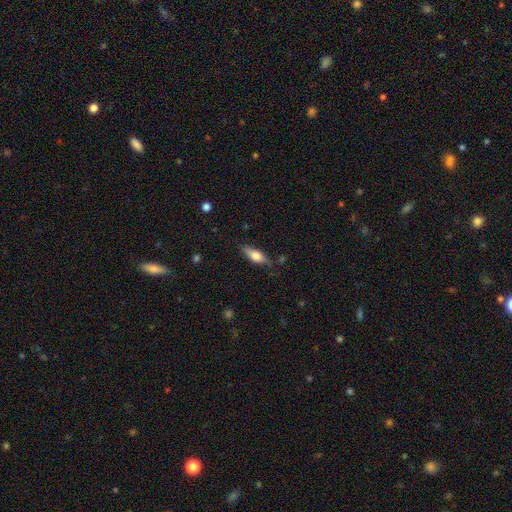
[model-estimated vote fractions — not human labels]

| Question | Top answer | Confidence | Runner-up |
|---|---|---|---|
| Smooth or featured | smooth | 67% | featured or disk (26%) |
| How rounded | in between | 64% | cigar-shaped (33%) |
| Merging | none | 74% | minor disturbance (19%) |